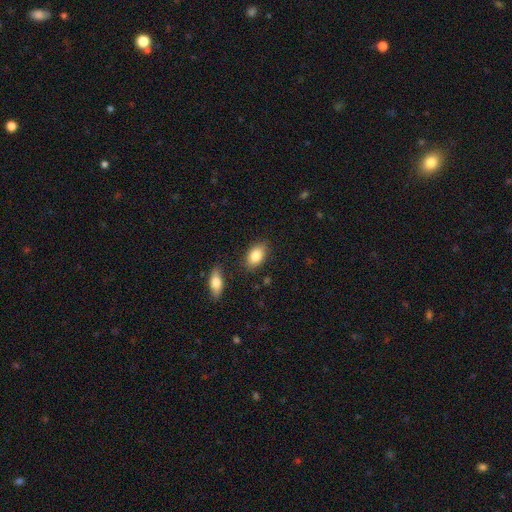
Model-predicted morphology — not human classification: Q: Smooth or featured?
A: smooth (84%); runner-up: featured or disk (9%)
Q: How rounded?
A: in between (87%); runner-up: round (10%)
Q: Merging?
A: none (81%); runner-up: minor disturbance (12%)